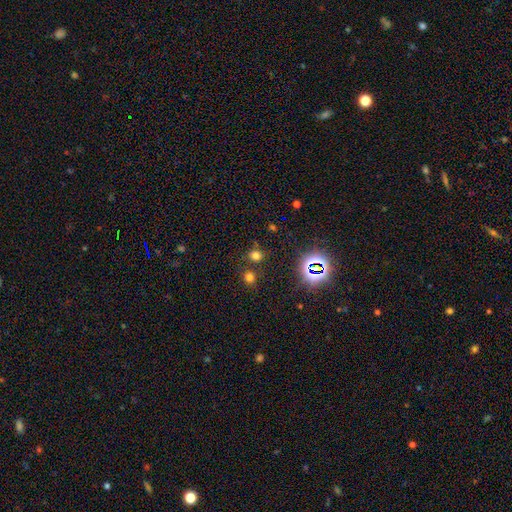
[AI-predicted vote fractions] smooth 62%, star or artifact 32%, featured or disk 6%. Down the decision tree: how rounded — round (78%); merging — none (75%).